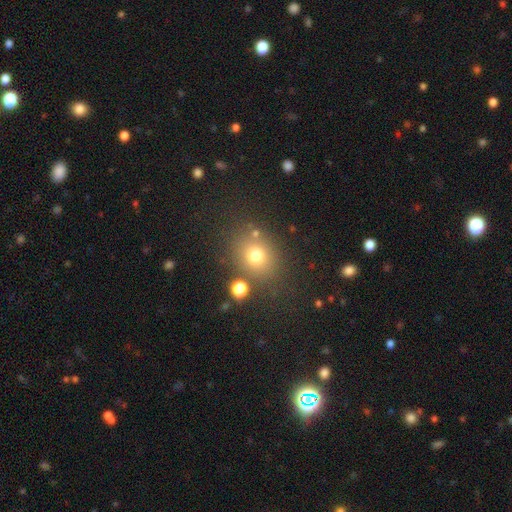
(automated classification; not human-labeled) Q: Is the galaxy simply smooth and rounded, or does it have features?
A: smooth — 74%.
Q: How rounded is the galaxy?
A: round — 66%.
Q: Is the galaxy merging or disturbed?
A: none — 77%.